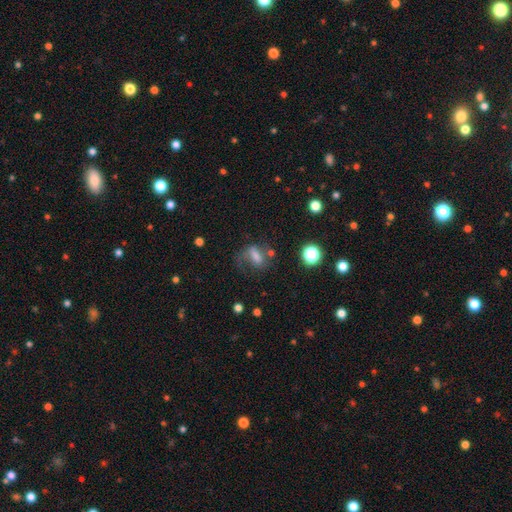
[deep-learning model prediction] smooth-or-featured: smooth: 56% | featured or disk: 28% | star or artifact: 16%
  how-rounded: in between: 66% | round: 18% | cigar-shaped: 16%
  merging: none: 40% | major disturbance: 30% | minor disturbance: 21% | merger: 8%